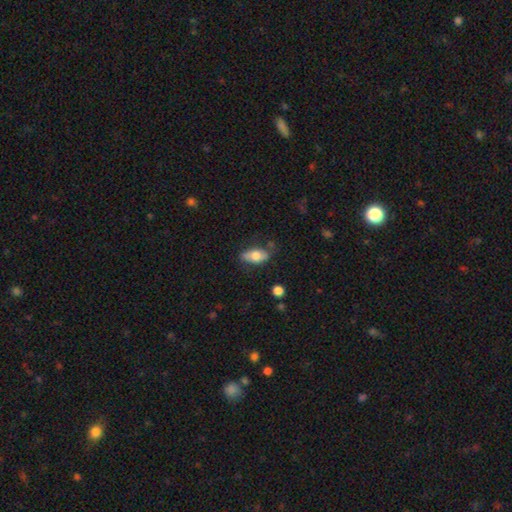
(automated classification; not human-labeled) Smooth or featured? Predicted: smooth (p=0.70). How rounded? Predicted: in between (p=0.87). Merging? Predicted: none (p=0.69).